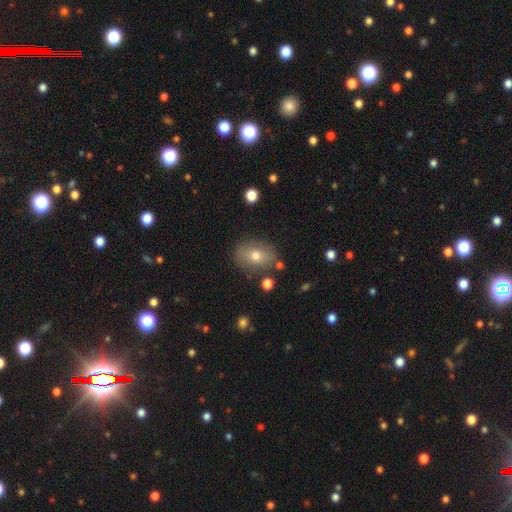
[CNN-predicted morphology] Overall: smooth (67%). How rounded: in between (67%; round 31%). Merging: none (81%).